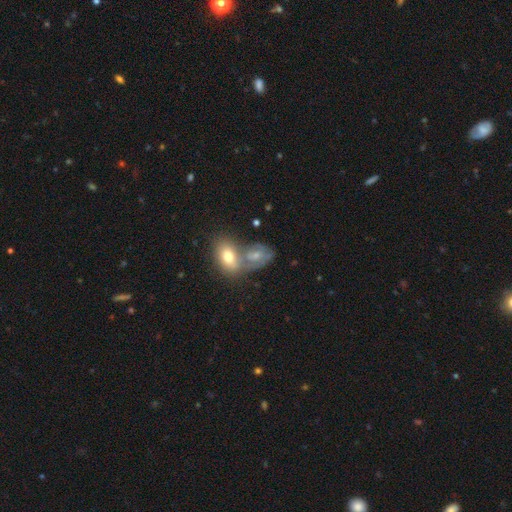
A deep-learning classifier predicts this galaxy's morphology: smooth 54%, featured or disk 37%, star or artifact 9%. Down the decision tree: how rounded — in between (80%); merging — merger (51%).